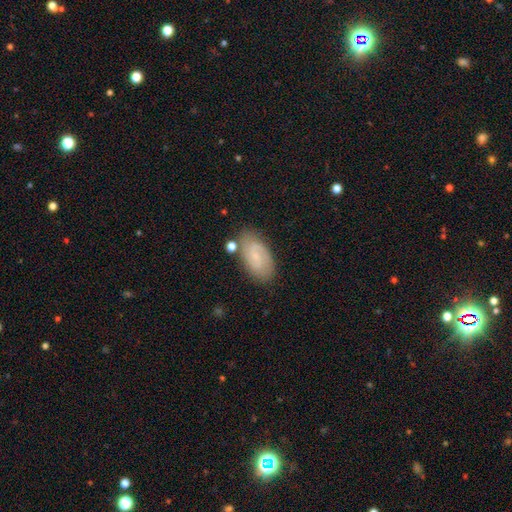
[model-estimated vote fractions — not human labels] smooth-or-featured: featured or disk: 53% | smooth: 39% | star or artifact: 9%
  disk-edge-on: no: 95% | yes: 5%
  merging: none: 74% | minor disturbance: 16% | merger: 5% | major disturbance: 4%